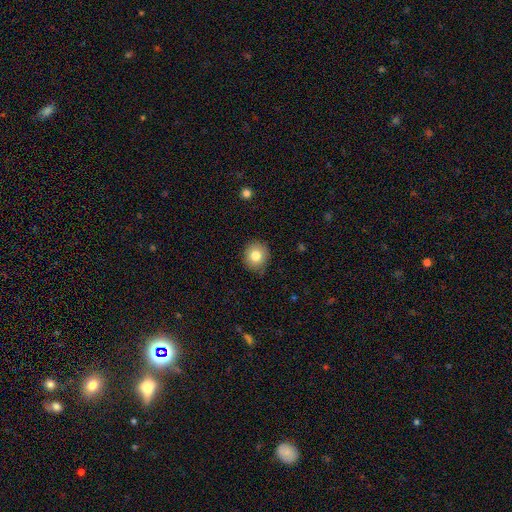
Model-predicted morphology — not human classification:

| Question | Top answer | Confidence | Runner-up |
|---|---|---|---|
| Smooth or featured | smooth | 80% | featured or disk (10%) |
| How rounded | round | 83% | in between (17%) |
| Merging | none | 82% | minor disturbance (15%) |